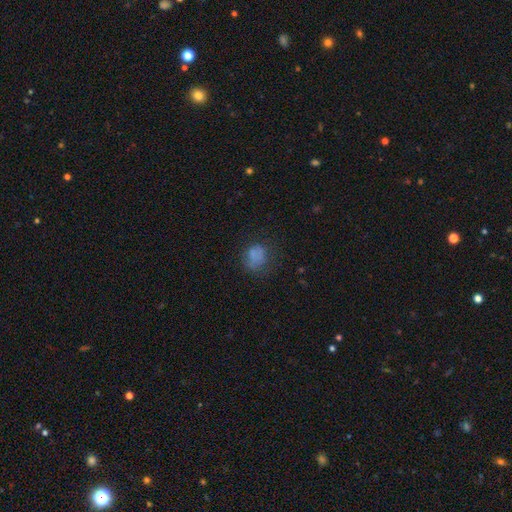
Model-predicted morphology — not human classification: Smooth or featured? Predicted: smooth (p=0.69). How rounded? Predicted: round (p=0.68). Merging? Predicted: none (p=0.58).